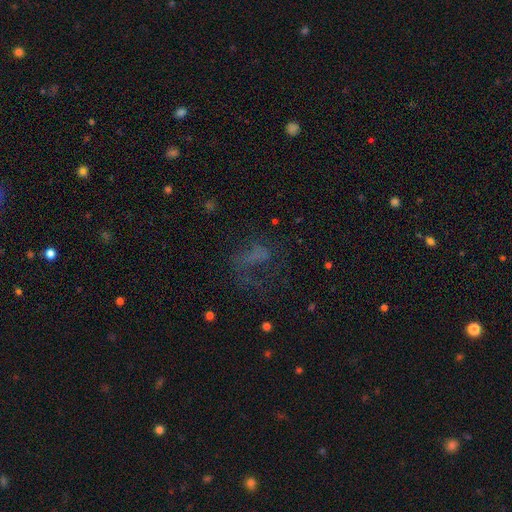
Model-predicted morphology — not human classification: This is marginally a smooth galaxy (36%). Merging: marginally none (40%, tied with major disturbance).